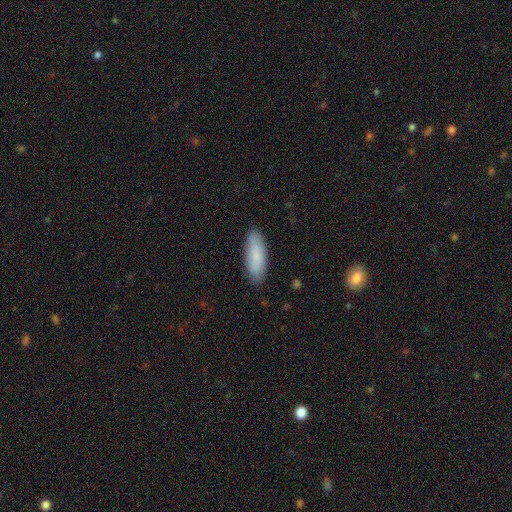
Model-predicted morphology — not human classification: A smooth galaxy with no disk features (82%) that is in between round and cigar-shaped (64%). Merging: none (88%).